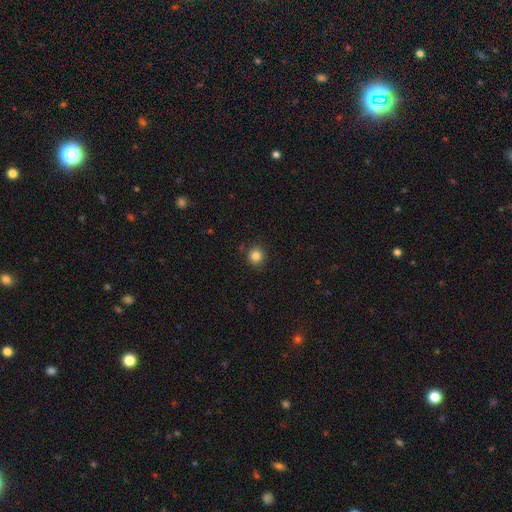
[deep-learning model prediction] The model was most divided on "smooth or featured": smooth: 84%, star or artifact: 11%, featured or disk: 4%. More confident: how rounded — round (92%); merging — none (88%).